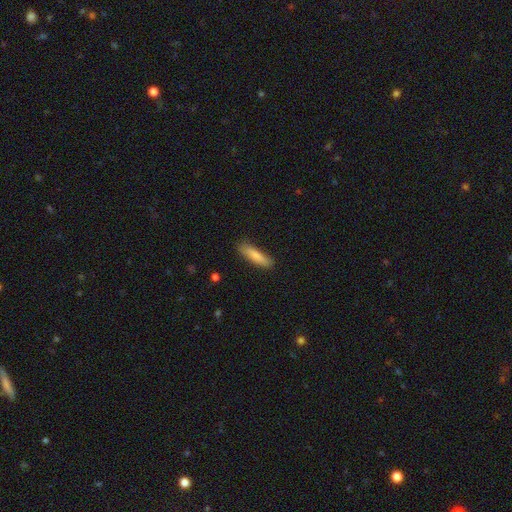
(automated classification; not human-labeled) A smooth galaxy with no disk features (83%) that is cigar-shaped (75%). Merging: none (83%).